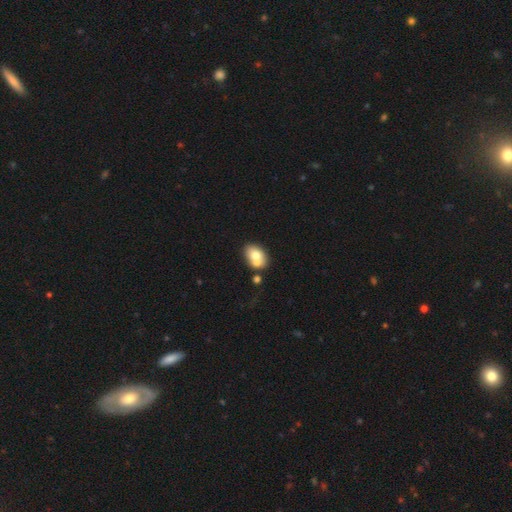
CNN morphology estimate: A smooth galaxy with no disk features (71%) that is in between round and cigar-shaped (80%). Merging: none (53%).